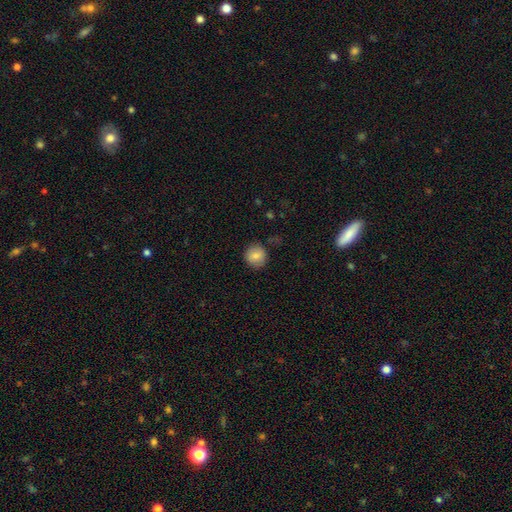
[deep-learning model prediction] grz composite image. It shows a smooth galaxy with no disk features (82%) that is round (91%). Merging: none (85%).